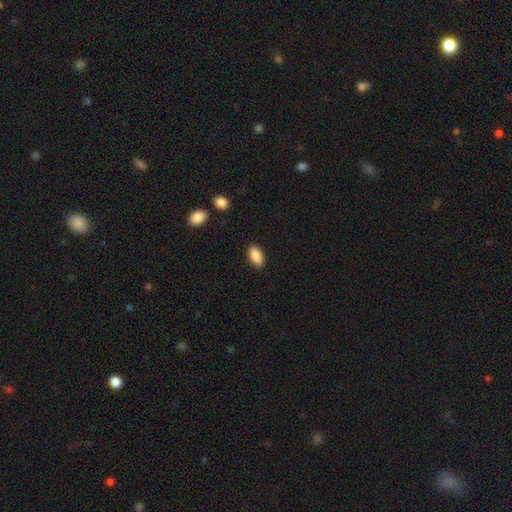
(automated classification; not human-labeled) Smooth or featured? smooth (88%)
How rounded? in between (91%)
Merging? none (89%)